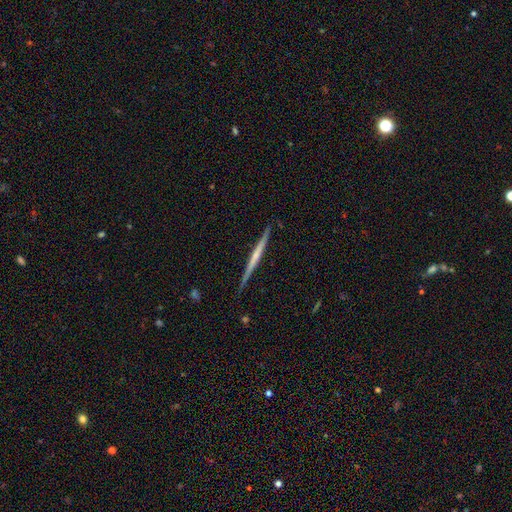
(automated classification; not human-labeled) Smooth or featured? Predicted: featured or disk (p=0.65). Edge-on disk? Predicted: yes (p=0.98). Edge-on bulge? Predicted: none (p=0.66). Merging? Predicted: none (p=0.88).